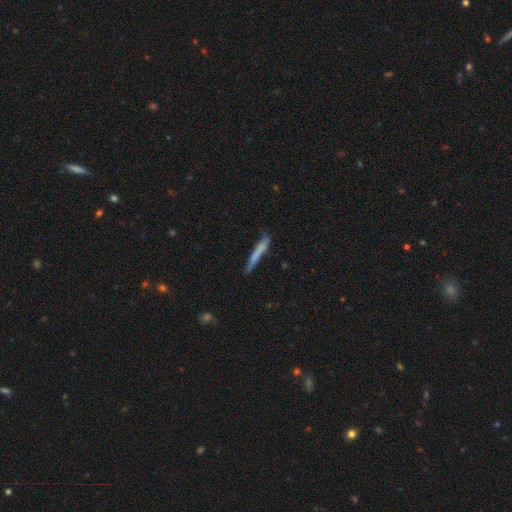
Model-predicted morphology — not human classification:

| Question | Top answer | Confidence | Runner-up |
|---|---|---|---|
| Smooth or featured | smooth | 66% | featured or disk (27%) |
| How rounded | cigar-shaped | 96% | in between (3%) |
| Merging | none | 77% | minor disturbance (17%) |